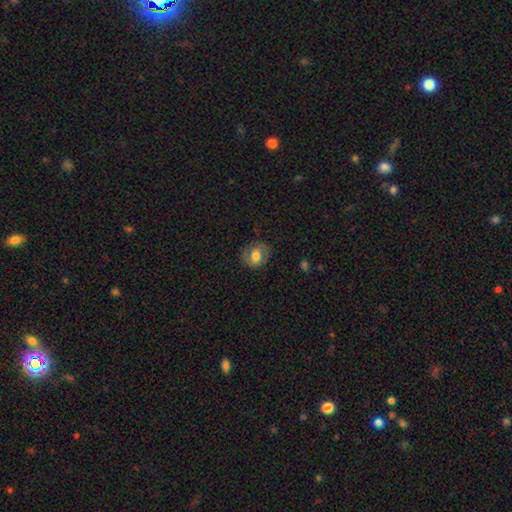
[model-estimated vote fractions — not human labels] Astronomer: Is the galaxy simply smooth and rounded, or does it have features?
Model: smooth — 52% (runner-up: featured or disk, 39%).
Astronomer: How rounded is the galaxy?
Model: round — 57% (runner-up: in between, 42%).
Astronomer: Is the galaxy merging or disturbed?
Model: none — 77%.